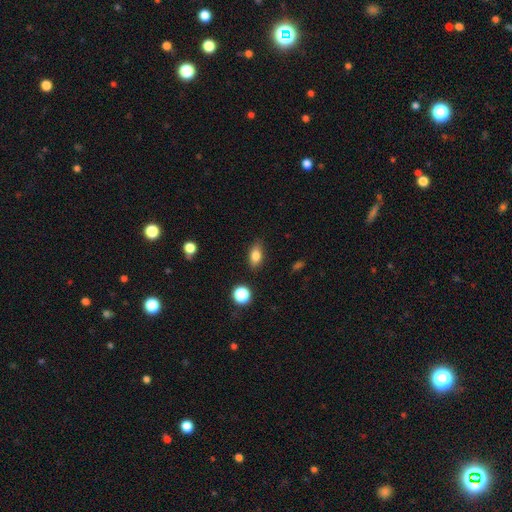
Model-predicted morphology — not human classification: The model was most divided on "how rounded": in between: 83%, round: 11%, cigar-shaped: 6%. More confident: merging — none (84%); smooth or featured — smooth (82%).